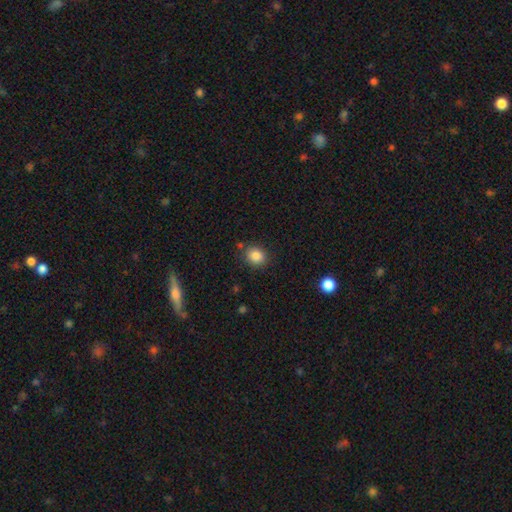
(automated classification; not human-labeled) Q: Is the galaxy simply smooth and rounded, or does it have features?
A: smooth — 85%.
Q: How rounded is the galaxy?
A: round — 68%.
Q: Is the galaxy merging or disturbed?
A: none — 83%.